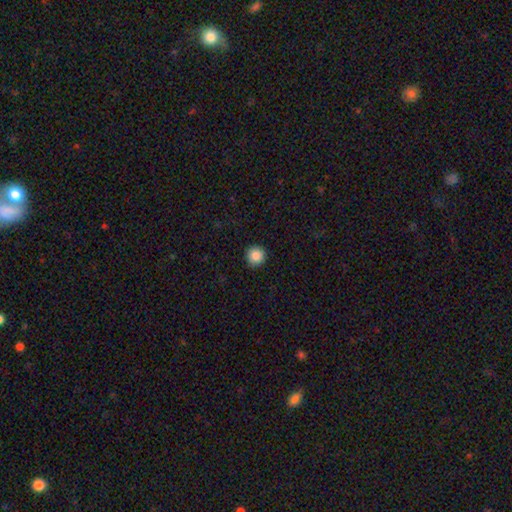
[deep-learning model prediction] Smooth or featured? smooth (88%)
How rounded? round (96%)
Merging? none (92%)